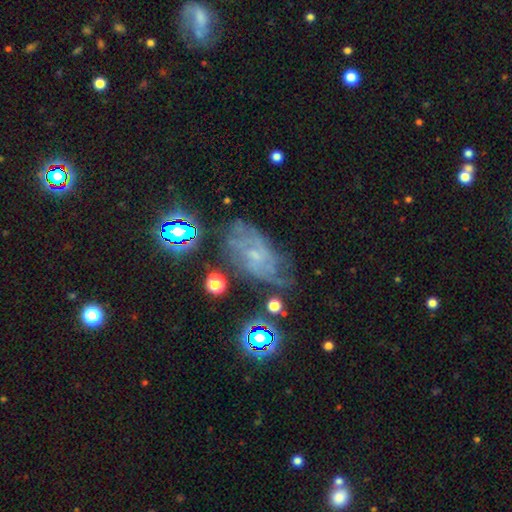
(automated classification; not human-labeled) featured or disk 59%, star or artifact 21%, smooth 20%. Down the decision tree: edge-on disk — no (94%); bar — no (61%); spiral arms — yes (81%); bulge size — small (71%); merging — none (59%).